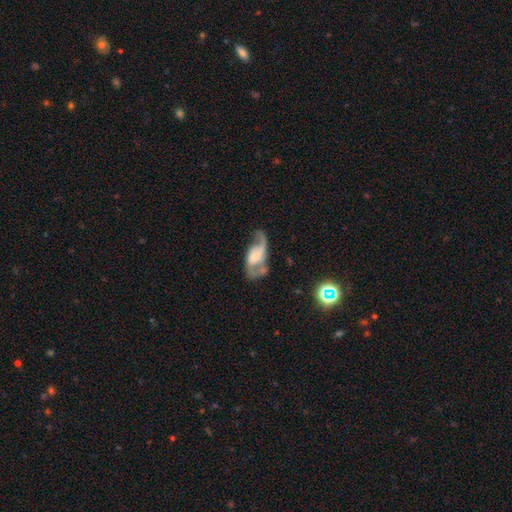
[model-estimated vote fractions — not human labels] Smooth or featured: featured or disk — 79% (smooth — 14%)
Edge-on disk: no — 96% (yes — 4%)
Bar: no — 44% (weak — 40%)
Spiral arms: yes — 92% (no — 8%)
Spiral winding: loose — 58% (medium — 34%)
Spiral arm count: 2 — 85% (1 — 8%)
Bulge size: none — 30% (small — 24%)
Merging: none — 52% (minor disturbance — 22%)